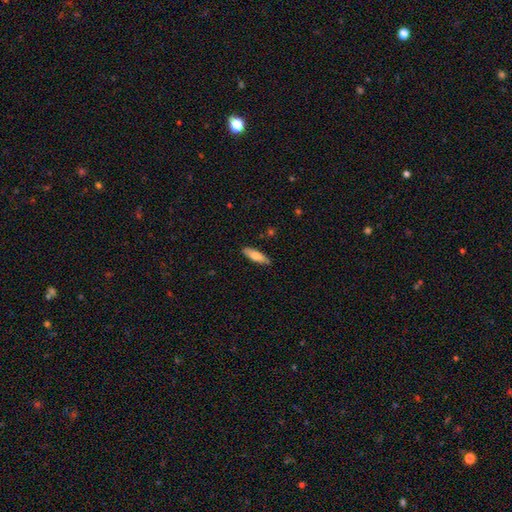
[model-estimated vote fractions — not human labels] Morphology: type=smooth (74%); roundness=cigar-shaped (54%); merging=none (83%).